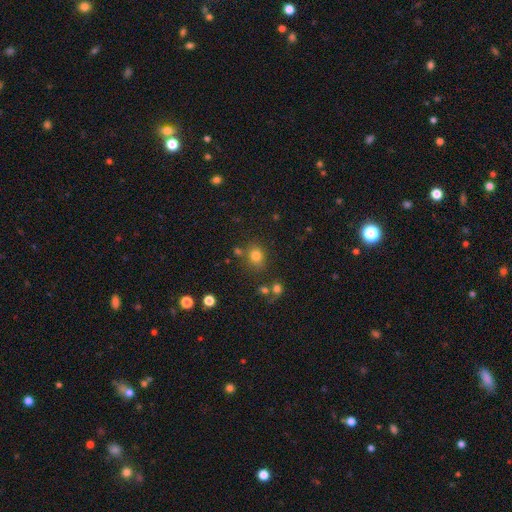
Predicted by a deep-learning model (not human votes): A smooth galaxy with no disk features (77%) that is round (70%). Merging: none (73%).